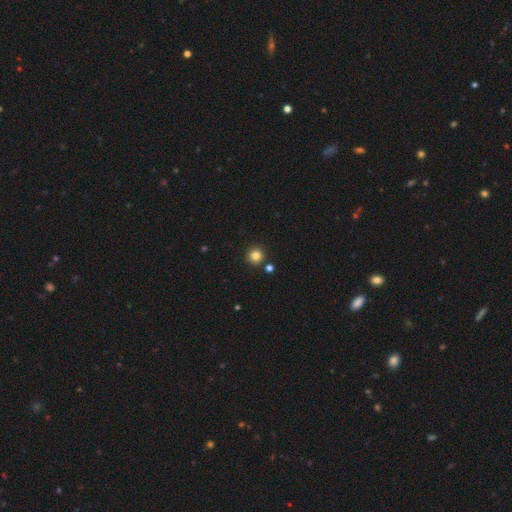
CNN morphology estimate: smooth-or-featured: smooth: 82% | star or artifact: 13% | featured or disk: 5%
  how-rounded: round: 95% | in between: 4% | cigar-shaped: 1%
  merging: none: 88% | minor disturbance: 5% | merger: 5% | major disturbance: 2%